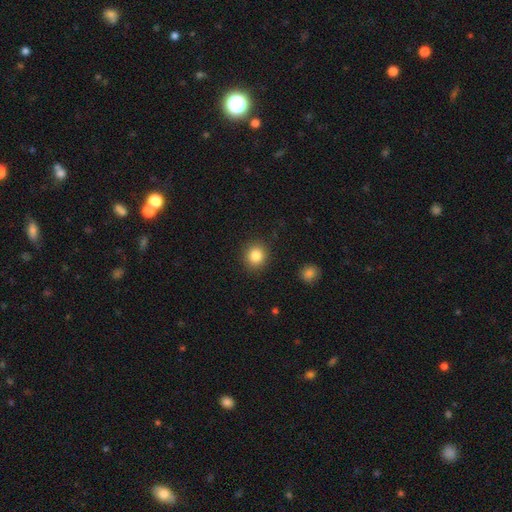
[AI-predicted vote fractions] This is clearly a smooth galaxy (84%). How rounded: clearly round (87%). Merging: clearly none (90%).